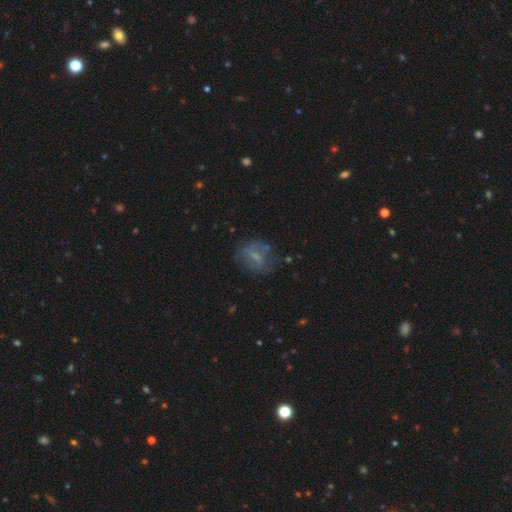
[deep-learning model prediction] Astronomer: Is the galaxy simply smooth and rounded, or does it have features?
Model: featured or disk — 44%, tied with smooth at 44%.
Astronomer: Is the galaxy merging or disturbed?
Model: none — 56%.